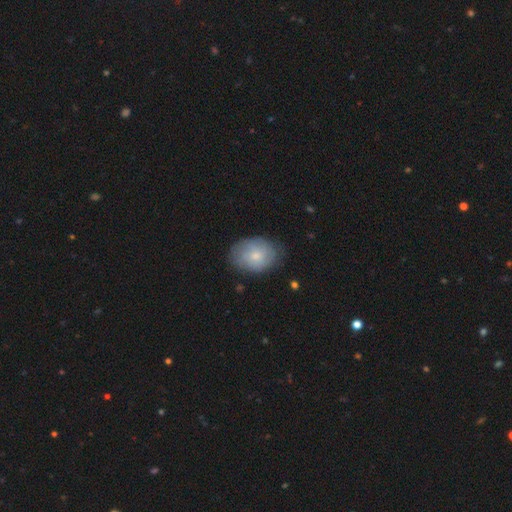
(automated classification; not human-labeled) Q: Smooth or featured?
A: smooth (70%); runner-up: featured or disk (23%)
Q: How rounded?
A: in between (69%); runner-up: round (30%)
Q: Merging?
A: none (75%); runner-up: minor disturbance (19%)